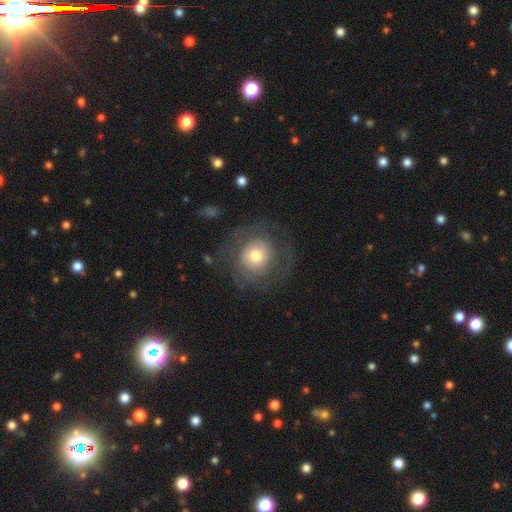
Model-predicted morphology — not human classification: Smooth or featured: featured or disk — 50% (smooth — 42%)
Merging: none — 67% (major disturbance — 17%)